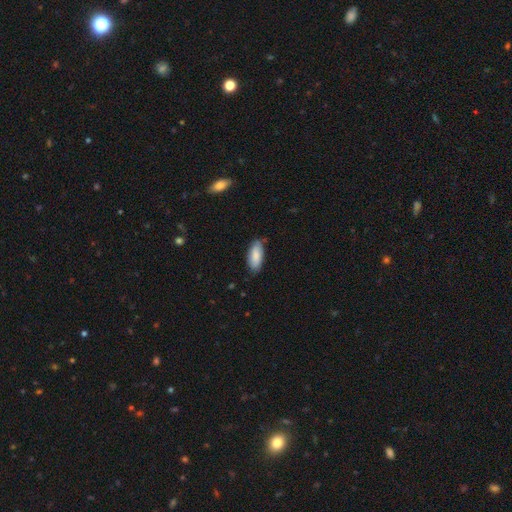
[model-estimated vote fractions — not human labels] smooth_or_featured: smooth (p=0.85) [alt: featured or disk p=0.10]
how_rounded: in between (p=0.82) [alt: cigar-shaped p=0.16]
merging: none (p=0.77) [alt: minor disturbance p=0.19]